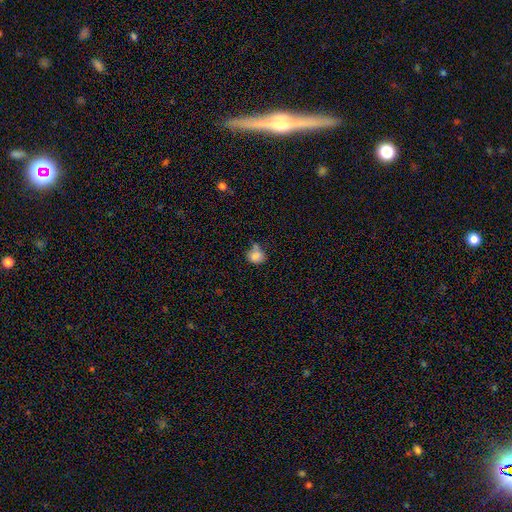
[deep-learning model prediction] smooth_or_featured: smooth (p=0.81) [alt: star or artifact p=0.10]
how_rounded: round (p=0.63) [alt: in between p=0.36]
merging: none (p=0.46) [alt: minor disturbance p=0.24]